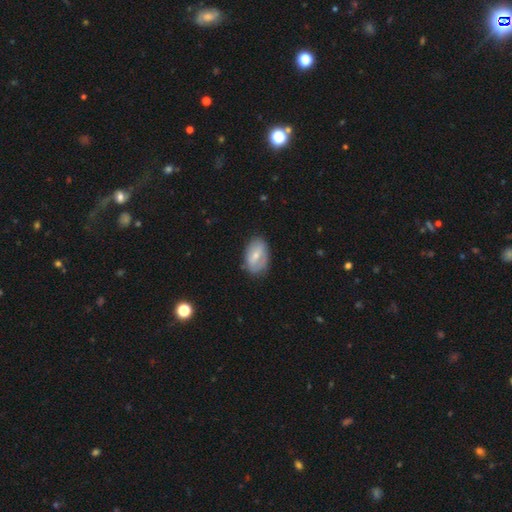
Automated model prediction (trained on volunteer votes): Q: Smooth or featured?
A: smooth (61%); runner-up: featured or disk (32%)
Q: How rounded?
A: in between (90%); runner-up: round (8%)
Q: Merging?
A: none (74%); runner-up: minor disturbance (20%)